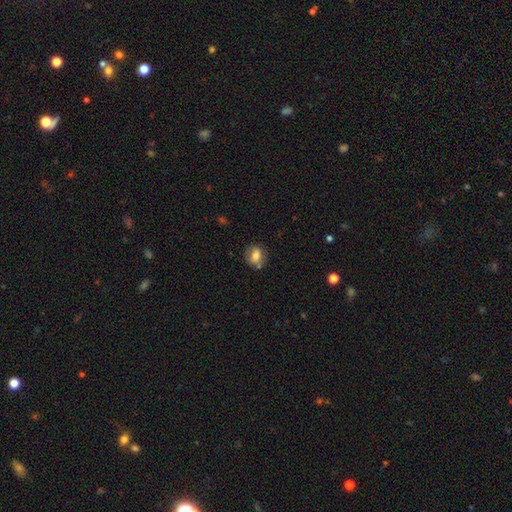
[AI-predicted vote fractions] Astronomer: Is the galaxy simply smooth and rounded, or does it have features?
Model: smooth — 73%.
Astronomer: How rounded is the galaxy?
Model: round — 59% (runner-up: in between, 40%).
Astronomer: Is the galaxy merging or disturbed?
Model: none — 74%.